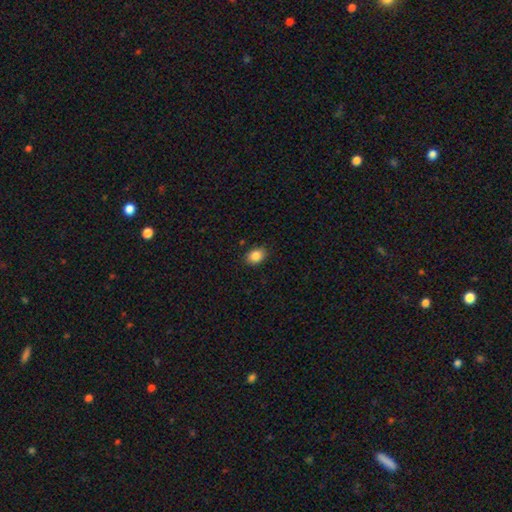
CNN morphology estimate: Q: Smooth or featured?
A: smooth (87%); runner-up: star or artifact (9%)
Q: How rounded?
A: in between (71%); runner-up: round (28%)
Q: Merging?
A: none (87%); runner-up: minor disturbance (10%)